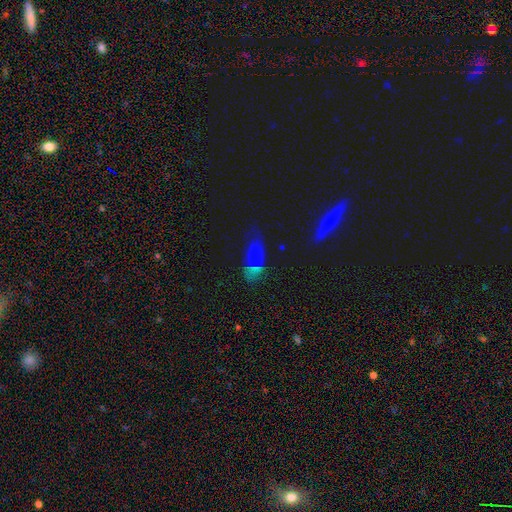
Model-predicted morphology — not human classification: smooth_or_featured: smooth (p=0.52) [alt: star or artifact p=0.29]
how_rounded: in between (p=0.68) [alt: cigar-shaped p=0.24]
merging: none (p=0.58) [alt: minor disturbance p=0.21]